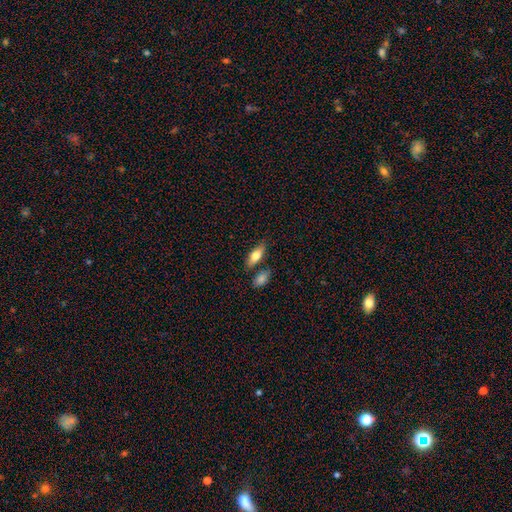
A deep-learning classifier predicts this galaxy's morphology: A smooth galaxy with no disk features (72%) that is in between round and cigar-shaped (71%).

Vote fractions:
- Smooth or featured? smooth: 72% / featured or disk: 22% / star or artifact: 6%
- How rounded? in between: 71% / cigar-shaped: 25% / round: 3%
- Merging? none: 72% / merger: 13% / minor disturbance: 12% / major disturbance: 3%